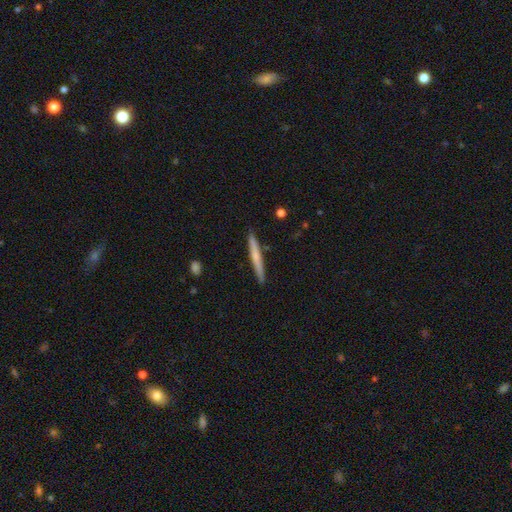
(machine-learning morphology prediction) This appears to be a smooth galaxy with no disk features (55%) that is cigar-shaped (96%). Merging: none (90%).